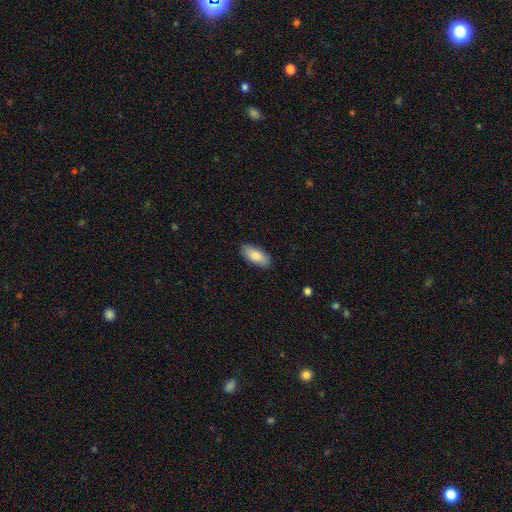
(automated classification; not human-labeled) Q: Smooth or featured?
A: smooth (83%); runner-up: featured or disk (11%)
Q: How rounded?
A: in between (84%); runner-up: cigar-shaped (14%)
Q: Merging?
A: none (86%); runner-up: minor disturbance (11%)